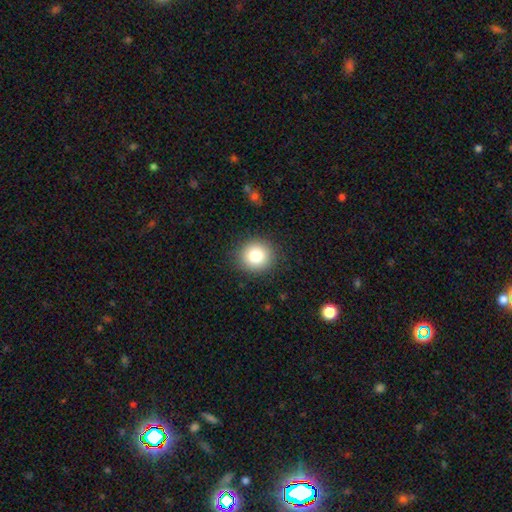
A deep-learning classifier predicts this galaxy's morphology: Smooth or featured: smooth — 81% (star or artifact — 10%)
How rounded: round — 90% (in between — 9%)
Merging: none — 90% (minor disturbance — 7%)